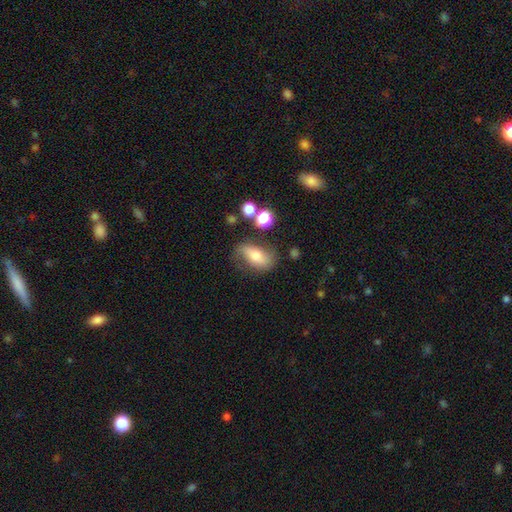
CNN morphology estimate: Smooth or featured? Predicted: smooth (p=0.56). How rounded? Predicted: in between (p=0.84). Merging? Predicted: none (p=0.60).